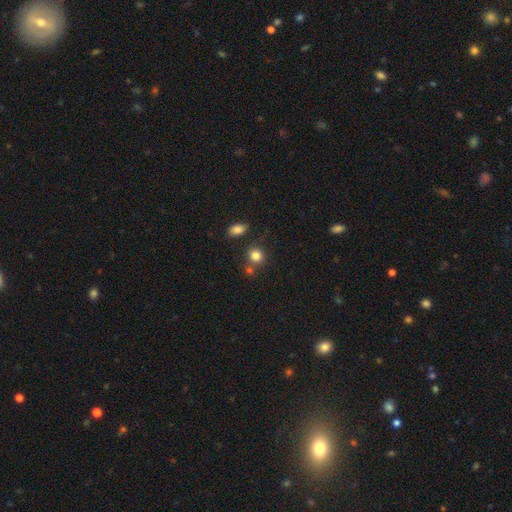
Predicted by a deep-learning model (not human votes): Smooth or featured? Predicted: smooth (p=0.82). How rounded? Predicted: round (p=0.83). Merging? Predicted: none (p=0.71).